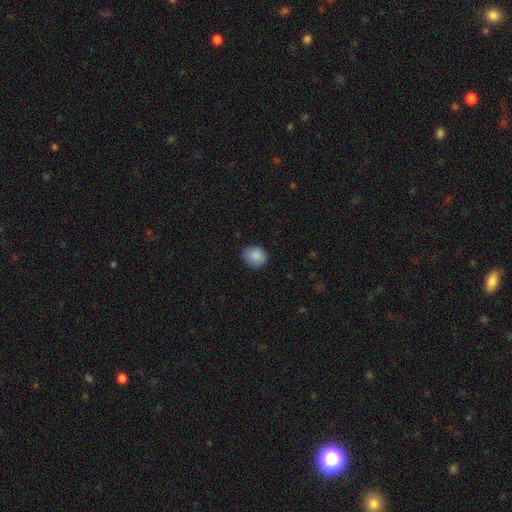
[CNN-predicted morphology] smooth 87%, star or artifact 8%, featured or disk 5%. Down the decision tree: how rounded — round (71%); merging — none (74%).